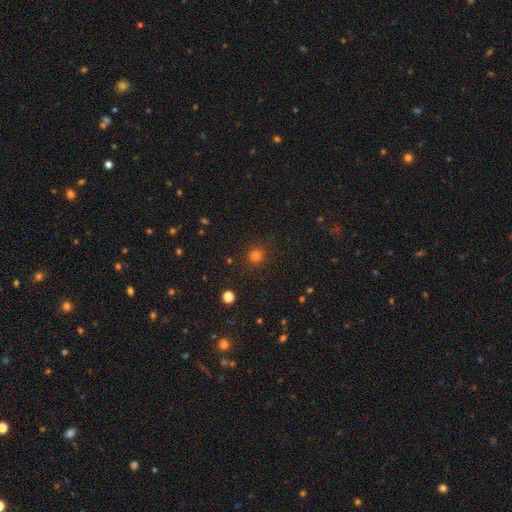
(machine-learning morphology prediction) The model was most divided on "smooth or featured": smooth: 74%, star or artifact: 21%, featured or disk: 5%. More confident: how rounded — round (92%); merging — none (88%).